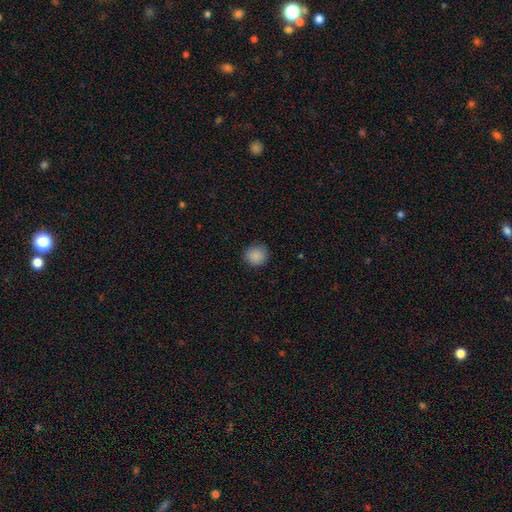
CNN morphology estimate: Overall: smooth (88%). How rounded: round (89%). Merging: none (88%).